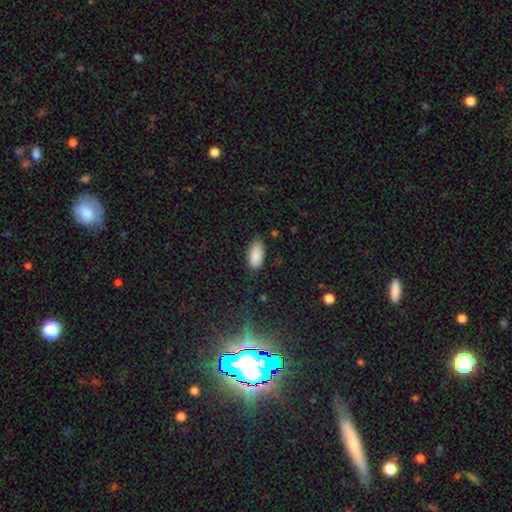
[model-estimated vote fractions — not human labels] Morphology: type=smooth (89%); roundness=in between (93%); merging=none (80%).